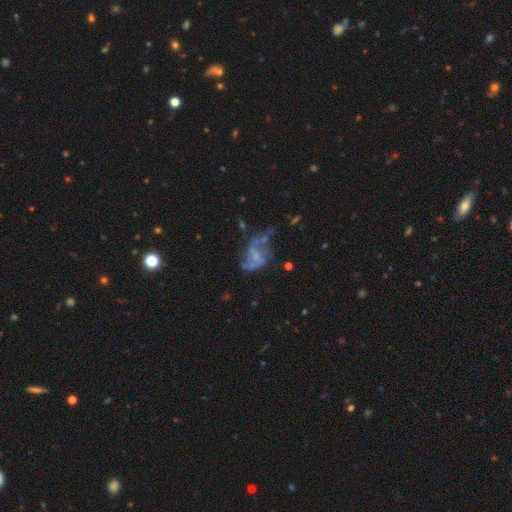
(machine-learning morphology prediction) Q: Smooth or featured?
A: featured or disk (67%); runner-up: smooth (18%)
Q: Edge-on disk?
A: no (97%); runner-up: yes (3%)
Q: Bar?
A: no (43%); runner-up: weak (37%)
Q: Spiral arms?
A: yes (57%); runner-up: no (43%)
Q: Bulge size?
A: none (58%); runner-up: small (27%)
Q: Merging?
A: major disturbance (35%); runner-up: none (33%)